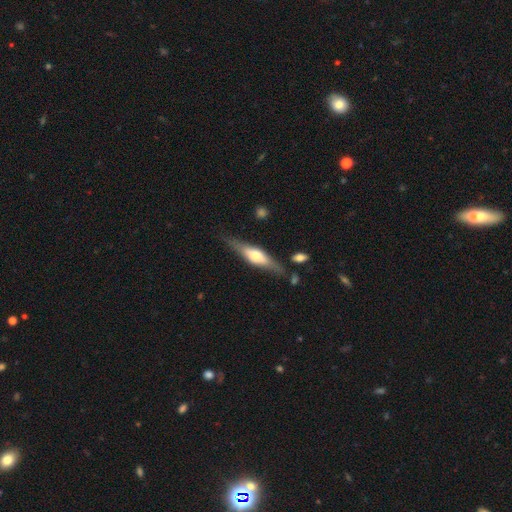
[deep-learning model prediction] This is likely a featured or disk galaxy (60%). It is clearly viewed edge-on (92%). Edge-on bulge: clearly rounded (84%). Merging: likely none (78%).